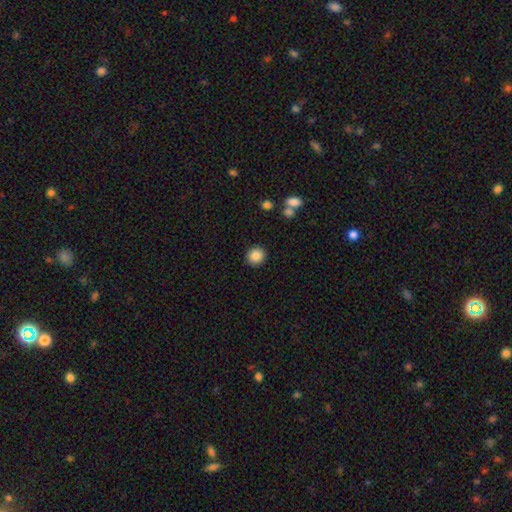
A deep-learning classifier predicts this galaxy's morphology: Smooth or featured? Predicted: smooth (p=0.85). How rounded? Predicted: round (p=0.91). Merging? Predicted: none (p=0.91).